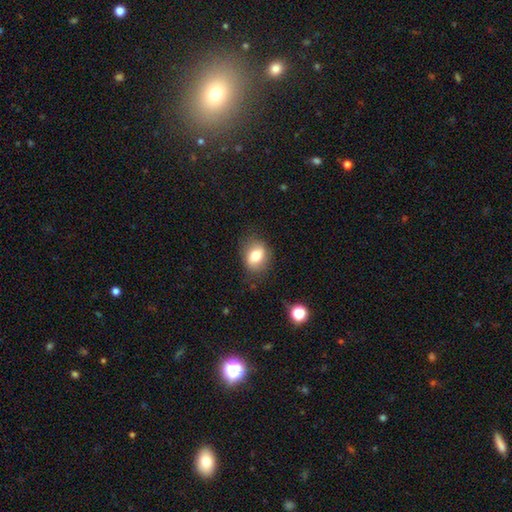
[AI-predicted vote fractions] Overall: smooth (71%). How rounded: in between (57%; round 41%). Merging: none (77%).